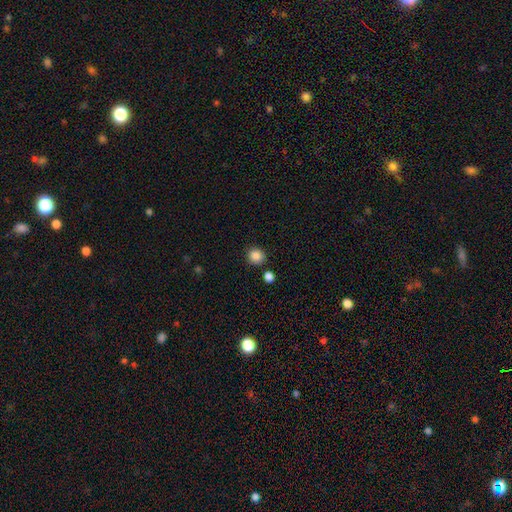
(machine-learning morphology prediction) Overall: smooth (86%). How rounded: round (88%). Merging: none (86%).